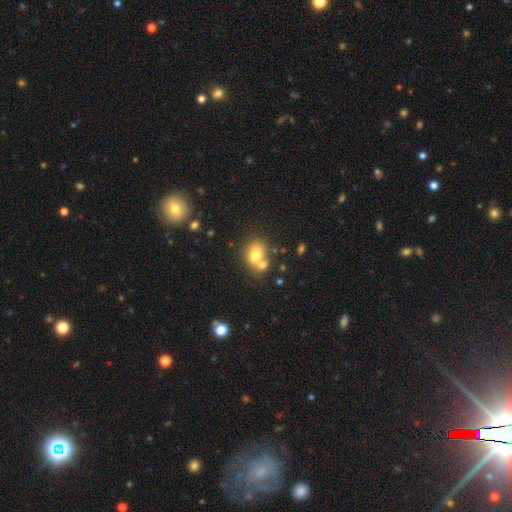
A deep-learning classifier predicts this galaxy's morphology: Smooth or featured? smooth (72%)
How rounded? round (51%)
Merging? merger (42%)